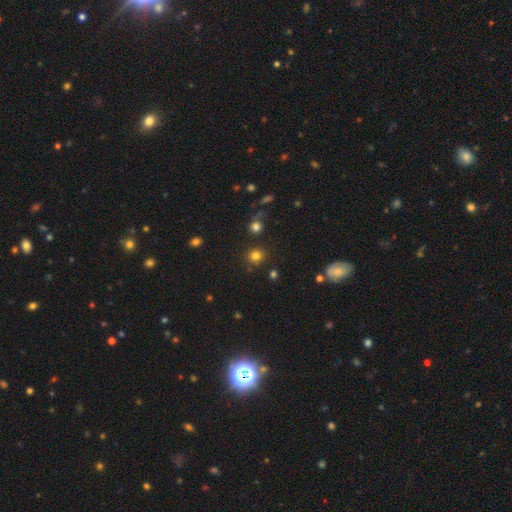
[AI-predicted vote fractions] A smooth galaxy with no disk features (78%) that is round (89%). Merging: none (84%).